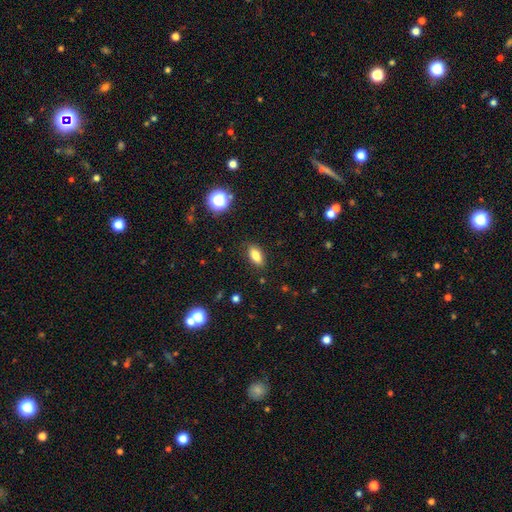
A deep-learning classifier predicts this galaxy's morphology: smooth_or_featured: smooth (p=0.80) [alt: featured or disk p=0.10]
how_rounded: in between (p=0.83) [alt: cigar-shaped p=0.12]
merging: none (p=0.87) [alt: minor disturbance p=0.10]